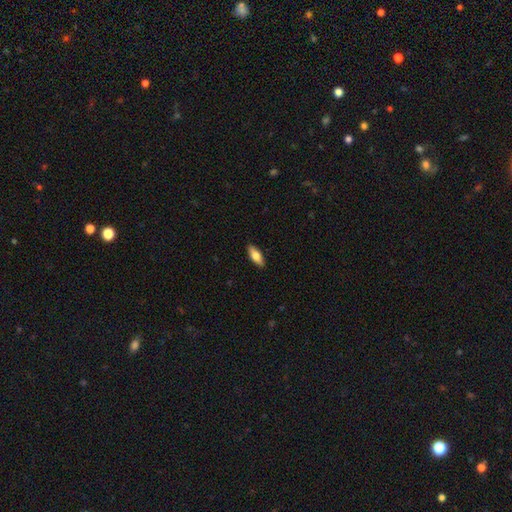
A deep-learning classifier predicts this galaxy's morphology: Smooth or featured? smooth (74%)
How rounded? in between (75%)
Merging? none (89%)